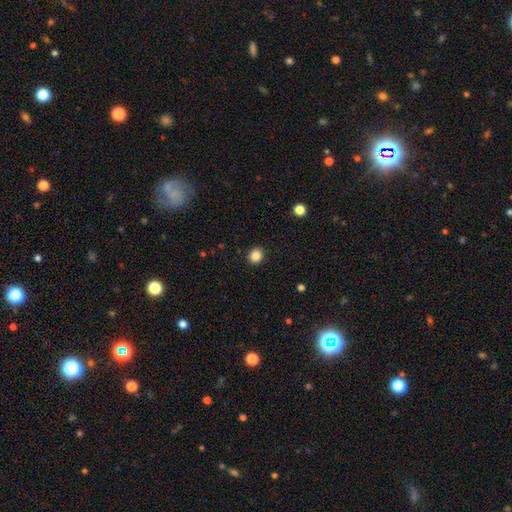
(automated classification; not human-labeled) Morphology: type=smooth (85%); roundness=round (79%); merging=none (92%).